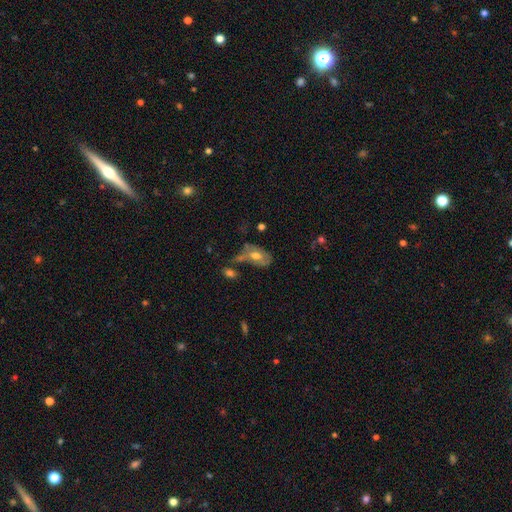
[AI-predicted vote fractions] Overall: smooth (47%; featured or disk 45%). Merging: none (34%; minor disturbance 26%).